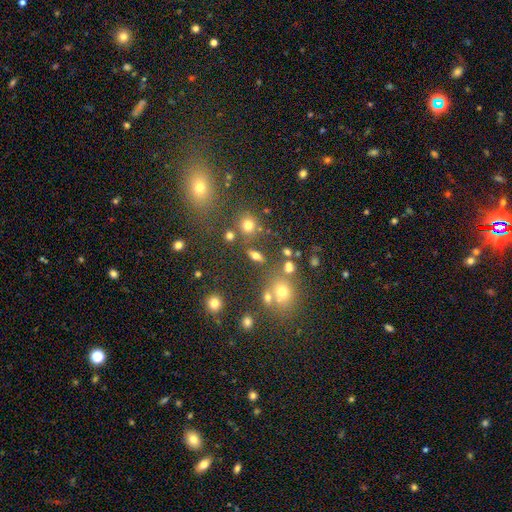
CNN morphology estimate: This is likely a smooth galaxy (62%). How rounded: likely in between (63%). Merging: likely none (73%).